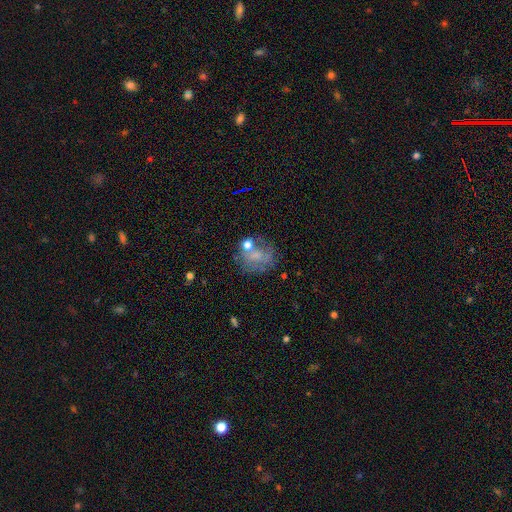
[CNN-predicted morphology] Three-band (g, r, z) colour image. It shows a smooth galaxy with no disk features (47%). Merging: none (47%).